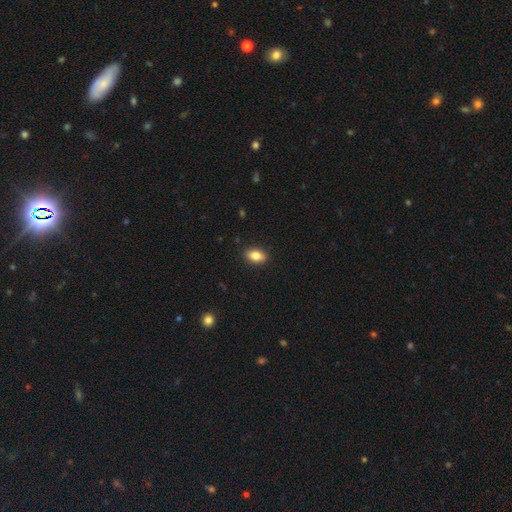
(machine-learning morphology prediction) Smooth or featured? smooth (83%)
How rounded? in between (88%)
Merging? none (90%)